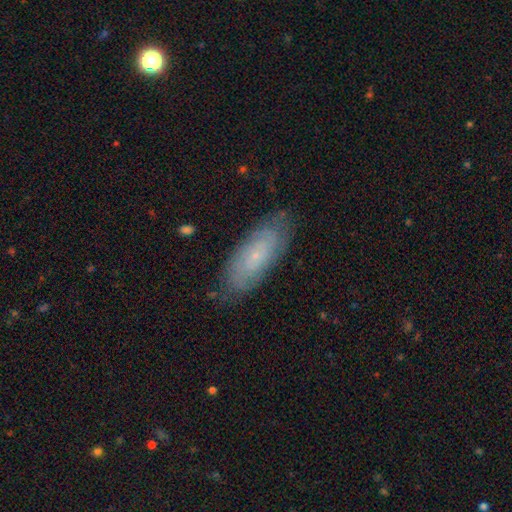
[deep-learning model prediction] Smooth or featured? featured or disk (53%)
Edge-on disk? no (85%)
Merging? none (78%)